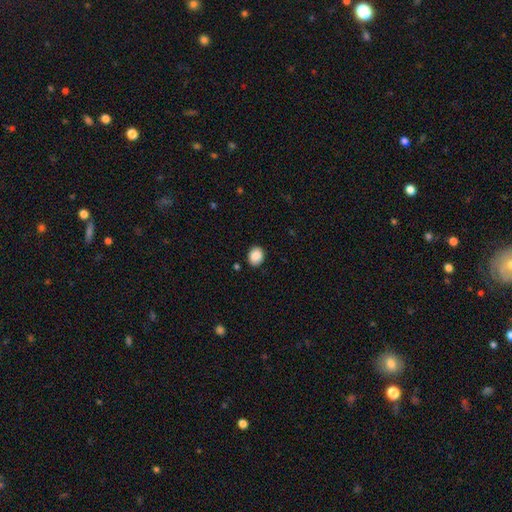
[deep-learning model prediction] Smooth or featured?
  - smooth: 88% *
  - star or artifact: 8%
  - featured or disk: 4%
How rounded?
  - in between: 51% *
  - round: 48%
  - cigar-shaped: 1%
Merging?
  - none: 88% *
  - minor disturbance: 9%
  - major disturbance: 2%
  - merger: 1%